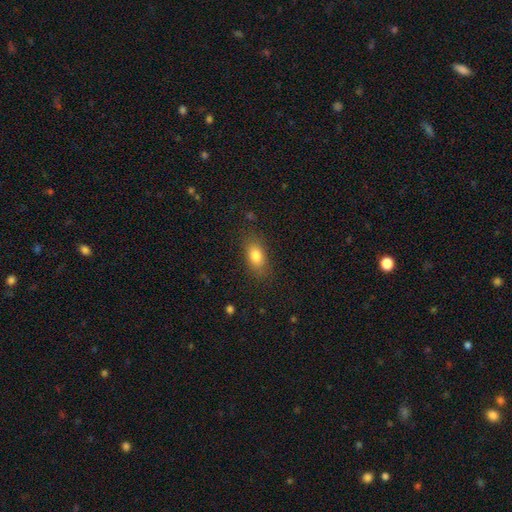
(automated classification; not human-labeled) Smooth or featured?
  - smooth: 82% *
  - star or artifact: 9%
  - featured or disk: 9%
How rounded?
  - in between: 85% *
  - round: 10%
  - cigar-shaped: 5%
Merging?
  - none: 83% *
  - minor disturbance: 12%
  - major disturbance: 4%
  - merger: 1%